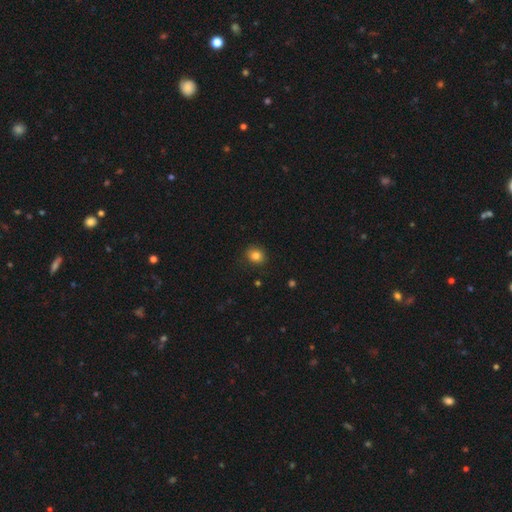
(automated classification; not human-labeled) This appears to be a smooth galaxy with no disk features (83%) that is round (72%). Merging: none (87%).